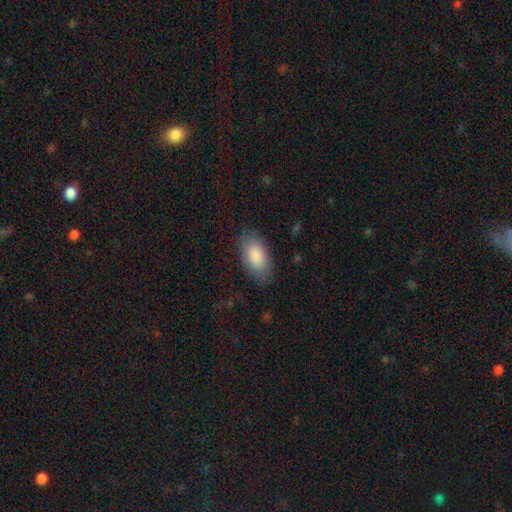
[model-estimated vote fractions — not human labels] A smooth galaxy with no disk features (87%) that is in between round and cigar-shaped (94%). Merging: none (82%).